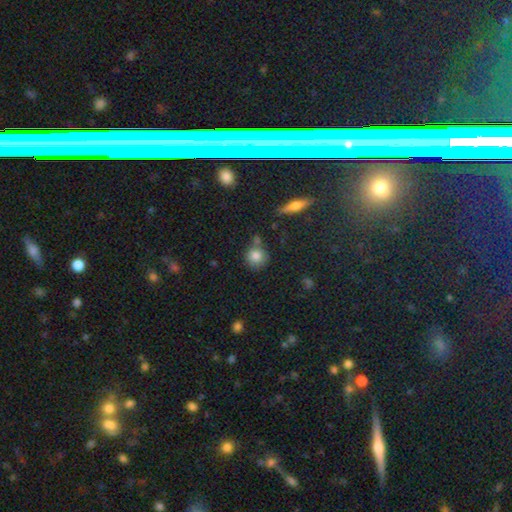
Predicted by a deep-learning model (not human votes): Morphology: type=smooth (81%); roundness=round (87%); merging=none (67%).